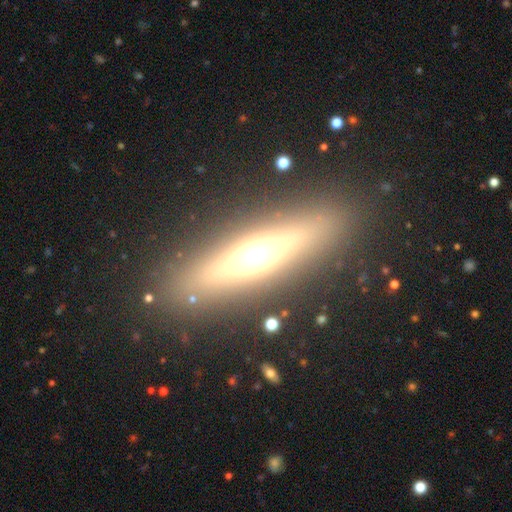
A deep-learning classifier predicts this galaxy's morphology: This is possibly a featured or disk galaxy (52%). It is likely viewed edge-on (80%). Merging: clearly none (85%).